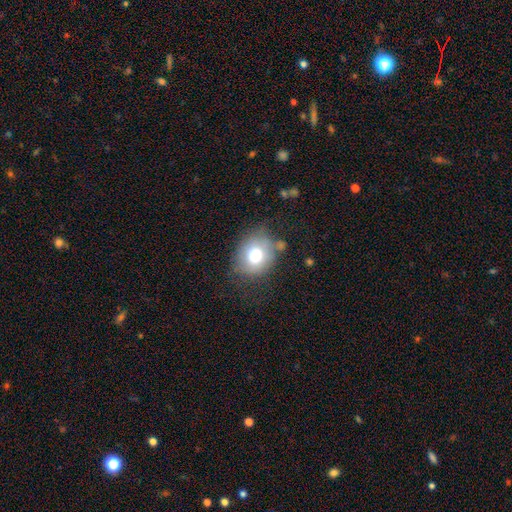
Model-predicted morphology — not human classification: smooth_or_featured: smooth (p=0.73) [alt: featured or disk p=0.16]
how_rounded: round (p=0.63) [alt: in between p=0.36]
merging: none (p=0.68) [alt: minor disturbance p=0.20]